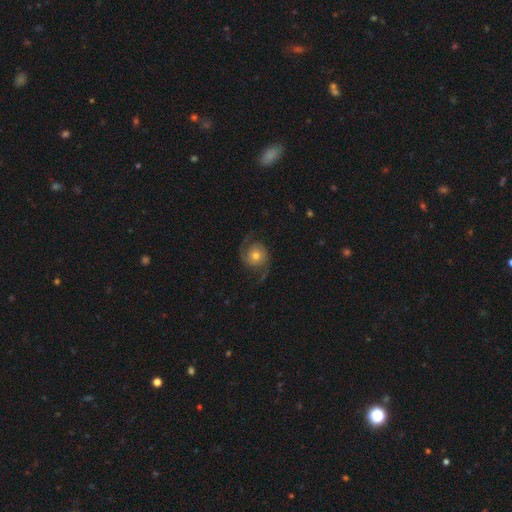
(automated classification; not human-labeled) This is likely a featured or disk galaxy (80%). It is clearly not viewed edge-on (98%). Bar: likely no (78%). Spiral arm pattern: clearly yes (96%). Spiral arm count: clearly 2 (92%). Spiral winding: marginally medium (44%). Central bulge: likely moderate (60%). Merging: likely none (74%).